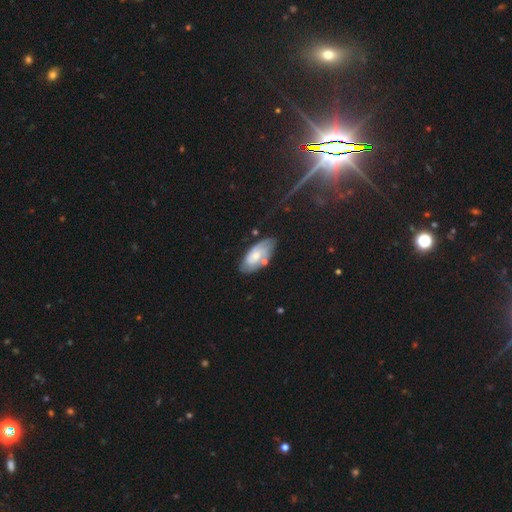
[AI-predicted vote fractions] Smooth or featured: featured or disk — 52% (smooth — 40%)
Edge-on disk: no — 92% (yes — 8%)
Merging: none — 63% (minor disturbance — 23%)